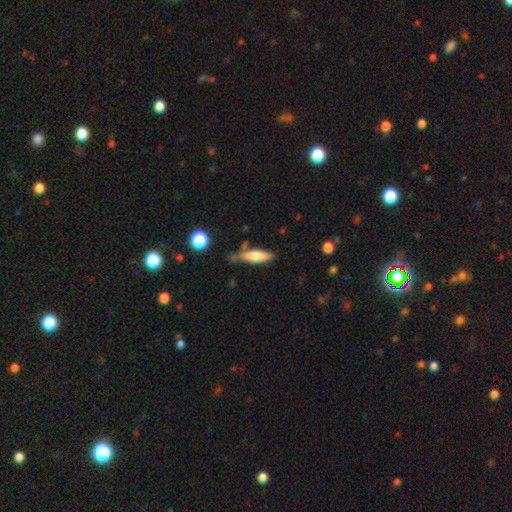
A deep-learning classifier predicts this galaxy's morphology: A smooth galaxy with no disk features (68%) that is cigar-shaped (55%).

Vote fractions:
- Smooth or featured? smooth: 68% / featured or disk: 25% / star or artifact: 7%
- How rounded? cigar-shaped: 55% / in between: 42% / round: 2%
- Merging? none: 55% / minor disturbance: 28% / merger: 10% / major disturbance: 8%